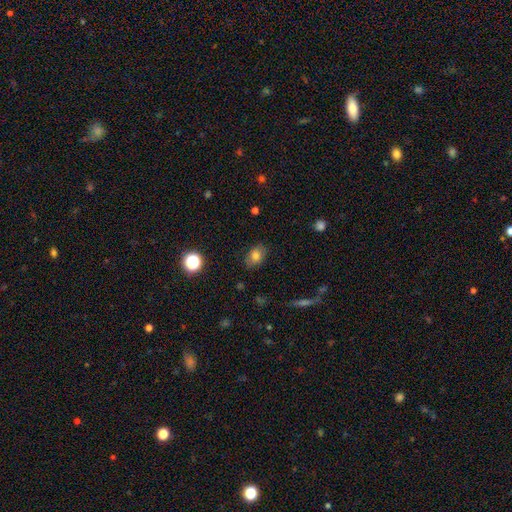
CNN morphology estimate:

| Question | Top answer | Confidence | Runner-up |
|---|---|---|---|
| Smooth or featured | smooth | 77% | star or artifact (13%) |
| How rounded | in between | 68% | round (30%) |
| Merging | none | 81% | minor disturbance (15%) |